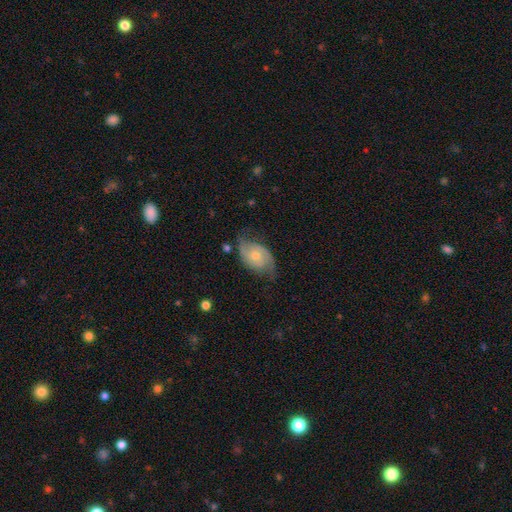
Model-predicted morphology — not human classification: smooth-or-featured: featured or disk: 74% | smooth: 20% | star or artifact: 6%
  disk-edge-on: no: 96% | yes: 4%
    bar: no: 67% | weak: 29% | strong: 4%
    has-spiral-arms: yes: 92% | no: 8%
      spiral-winding: medium: 44% | loose: 33% | tight: 23%
      spiral-arm-count: 2: 87% | can't tell: 7% | 1: 2% | 3: 2% | 4: 1% | more than 4: 1%
    bulge-size: moderate: 52% | small: 42% | large: 3% | none: 2% | dominant: 1%
  merging: none: 64% | minor disturbance: 24% | major disturbance: 10% | merger: 2%